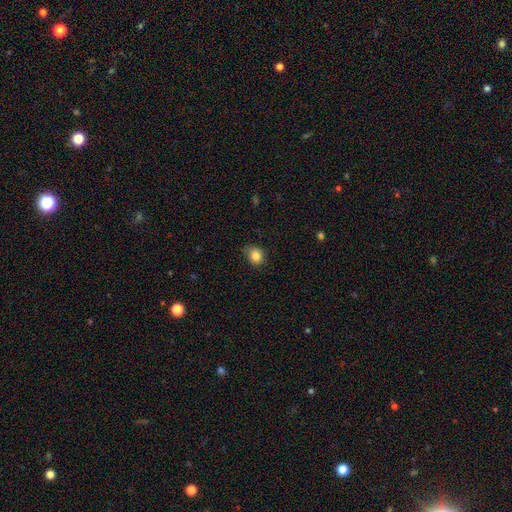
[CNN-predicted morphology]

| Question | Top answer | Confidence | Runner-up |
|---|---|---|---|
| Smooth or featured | smooth | 85% | star or artifact (10%) |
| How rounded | round | 65% | in between (34%) |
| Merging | none | 78% | minor disturbance (17%) |